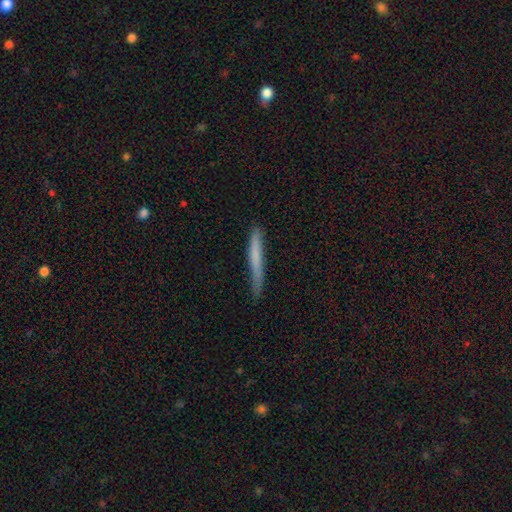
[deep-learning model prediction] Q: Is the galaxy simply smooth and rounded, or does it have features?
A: smooth — 66%.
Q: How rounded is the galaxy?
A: cigar-shaped — 97%.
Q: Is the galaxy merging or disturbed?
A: none — 76%.